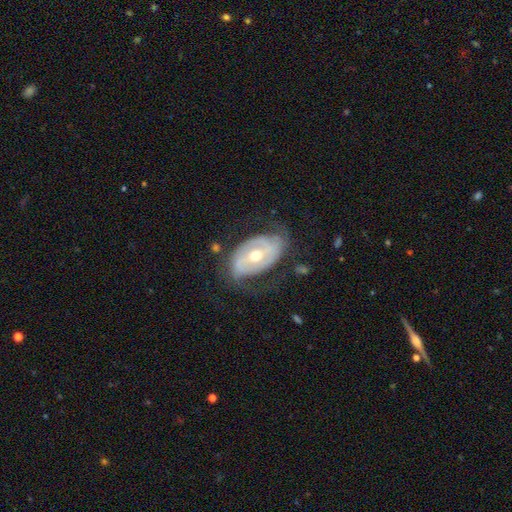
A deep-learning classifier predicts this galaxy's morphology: Q: Smooth or featured?
A: featured or disk (81%); runner-up: smooth (14%)
Q: Edge-on disk?
A: no (95%); runner-up: yes (5%)
Q: Bar?
A: weak (40%); runner-up: no (31%)
Q: Spiral arms?
A: yes (83%); runner-up: no (17%)
Q: Spiral winding?
A: tight (43%); runner-up: medium (36%)
Q: Spiral arm count?
A: 2 (66%); runner-up: can't tell (20%)
Q: Bulge size?
A: moderate (61%); runner-up: small (34%)
Q: Merging?
A: none (61%); runner-up: minor disturbance (23%)